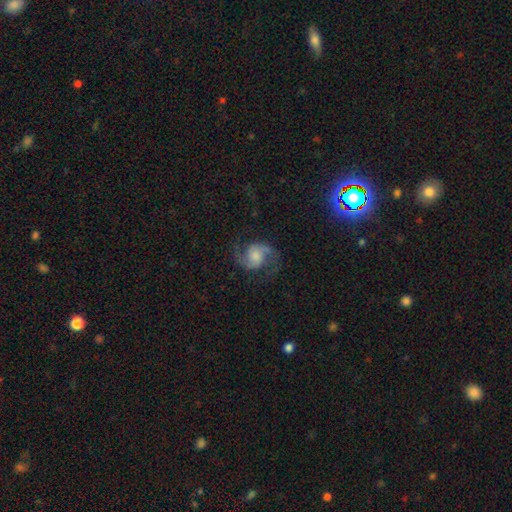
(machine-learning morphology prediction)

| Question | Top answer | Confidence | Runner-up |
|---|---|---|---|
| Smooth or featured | featured or disk | 86% | smooth (8%) |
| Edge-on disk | no | 98% | yes (2%) |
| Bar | no | 66% | weak (29%) |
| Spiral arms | yes | 97% | no (3%) |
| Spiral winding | medium | 53% | loose (35%) |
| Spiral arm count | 2 | 94% | can't tell (2%) |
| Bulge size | moderate | 34% | small (26%) |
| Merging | none | 77% | minor disturbance (14%) |